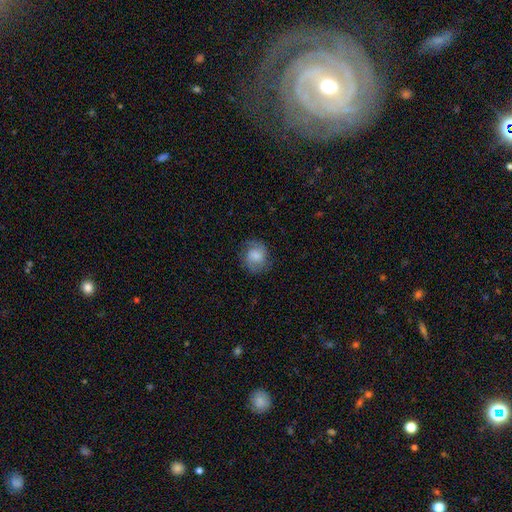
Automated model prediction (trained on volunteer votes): Overall: smooth (62%; featured or disk 30%). How rounded: round (73%). Merging: none (75%).